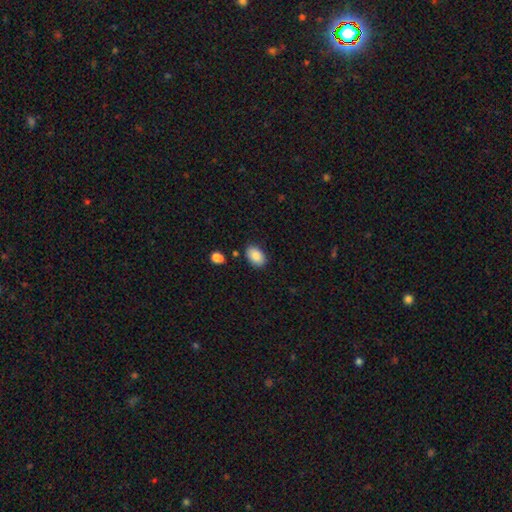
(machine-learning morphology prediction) The model was most divided on "merging": none: 84%, minor disturbance: 11%, merger: 2%, major disturbance: 2%. More confident: how rounded — in between (89%); smooth or featured — smooth (87%).